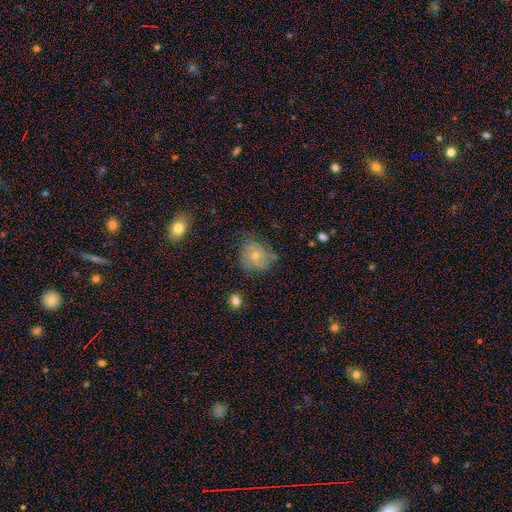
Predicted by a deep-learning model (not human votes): A smooth galaxy with no disk features (50%) that is round (74%). Merging: none (60%).